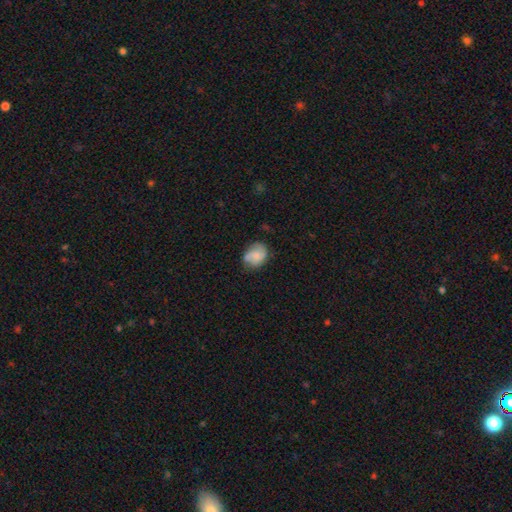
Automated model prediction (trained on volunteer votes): This appears to be a smooth galaxy with no disk features (59%) that is in between round and cigar-shaped (50%). Merging: none (59%).